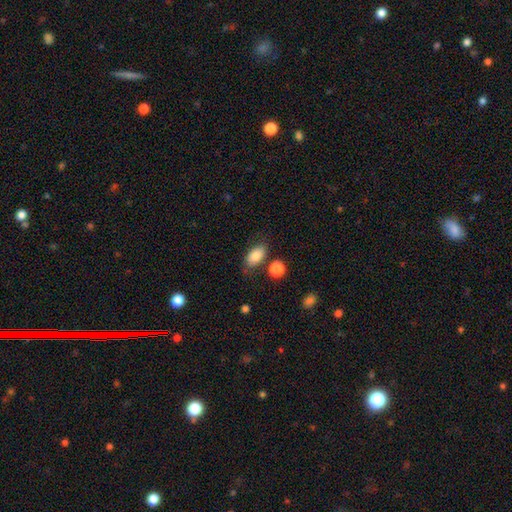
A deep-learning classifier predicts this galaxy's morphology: Smooth or featured: smooth — 82% (featured or disk — 9%)
How rounded: in between — 89% (round — 9%)
Merging: none — 71% (minor disturbance — 16%)